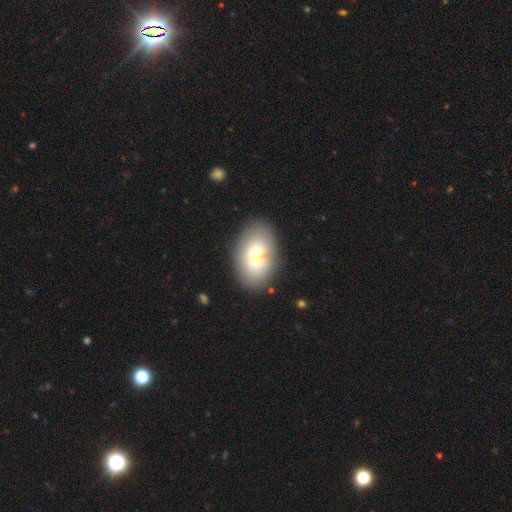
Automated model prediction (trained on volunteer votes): This appears to be a smooth galaxy with no disk features (69%) that is in between round and cigar-shaped (85%). Merging: none (63%).